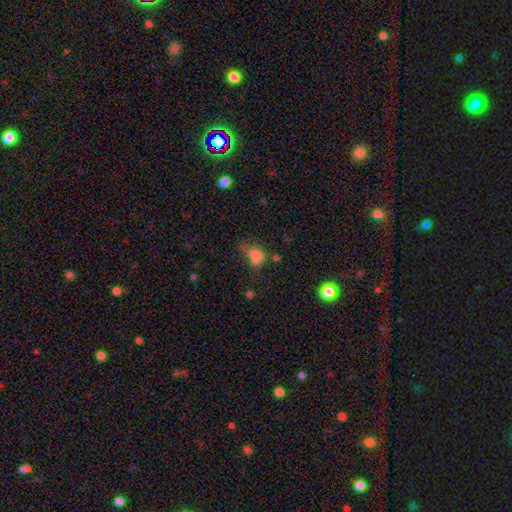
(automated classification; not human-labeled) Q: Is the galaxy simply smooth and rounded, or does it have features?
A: smooth — 64%.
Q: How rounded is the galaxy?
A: in between — 70%.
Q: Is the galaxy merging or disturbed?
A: merger — 29%.